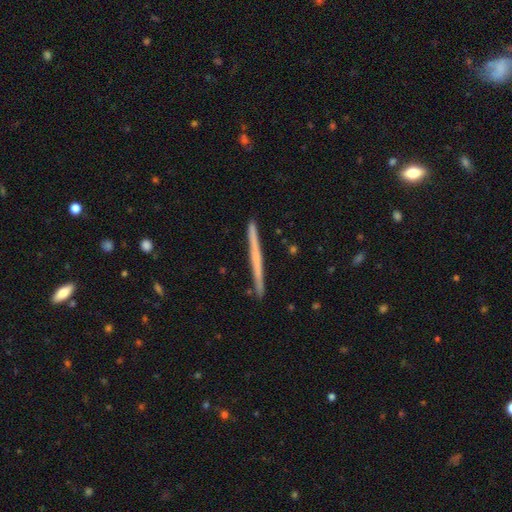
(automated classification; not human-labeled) Smooth or featured? Predicted: featured or disk (p=0.56). Edge-on disk? Predicted: yes (p=0.97). Edge-on bulge? Predicted: none (p=0.80). Merging? Predicted: none (p=0.90).